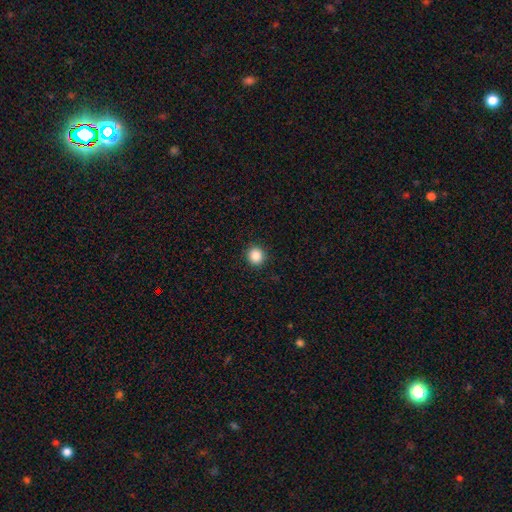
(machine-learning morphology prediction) A smooth galaxy with no disk features (87%) that is round (91%). Merging: none (92%).